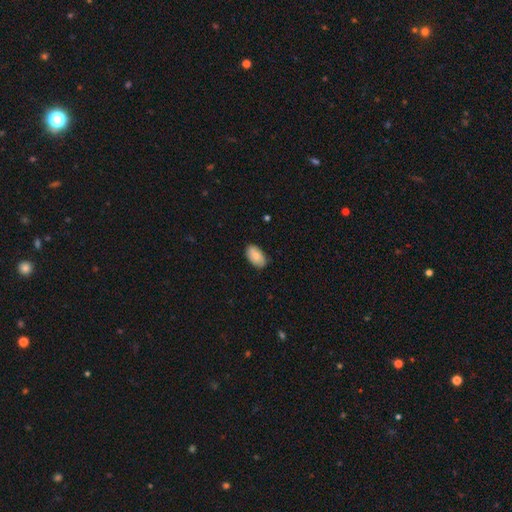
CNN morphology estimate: A smooth galaxy with no disk features (82%) that is in between round and cigar-shaped (94%). Merging: none (83%).